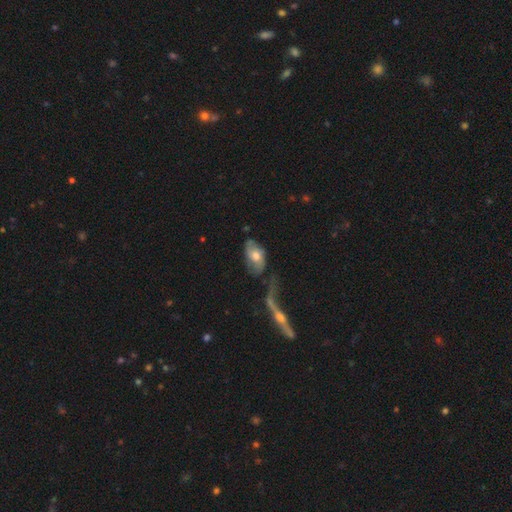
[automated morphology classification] This appears to be a featured or disk galaxy (48%). Merging: none (39%).